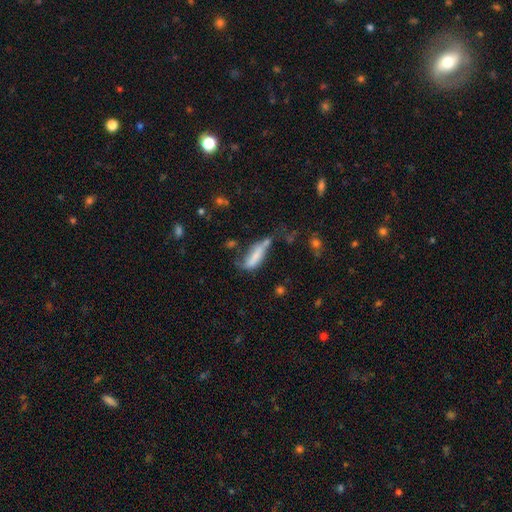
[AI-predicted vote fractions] Overall: smooth (65%; featured or disk 26%). How rounded: cigar-shaped (50%; in between 47%). Merging: minor disturbance (29%; major disturbance 28%).